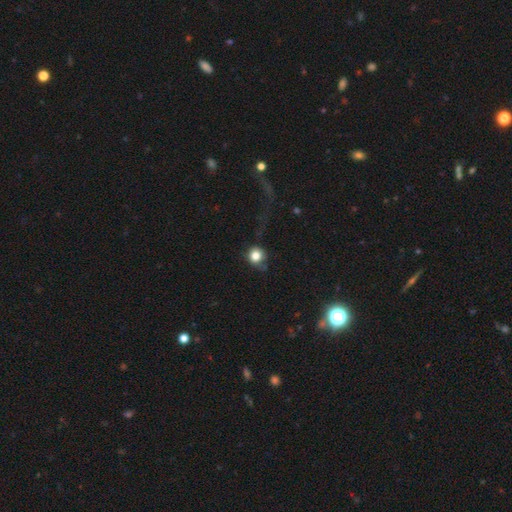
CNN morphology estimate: Overall: smooth (79%). How rounded: round (89%). Merging: none (55%; minor disturbance 21%).